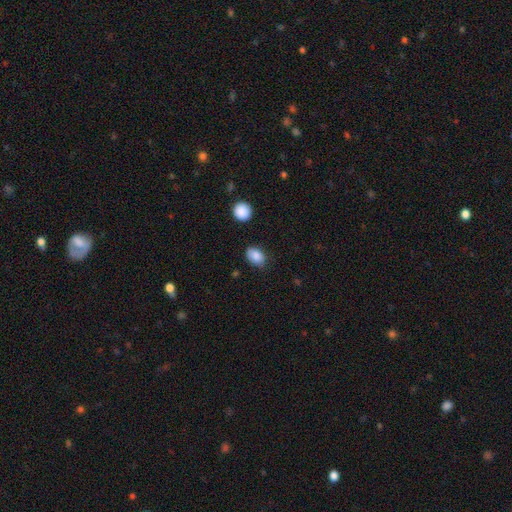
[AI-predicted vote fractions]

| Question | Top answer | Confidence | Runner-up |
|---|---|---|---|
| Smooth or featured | smooth | 86% | star or artifact (8%) |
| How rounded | in between | 81% | round (18%) |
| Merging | none | 73% | minor disturbance (21%) |